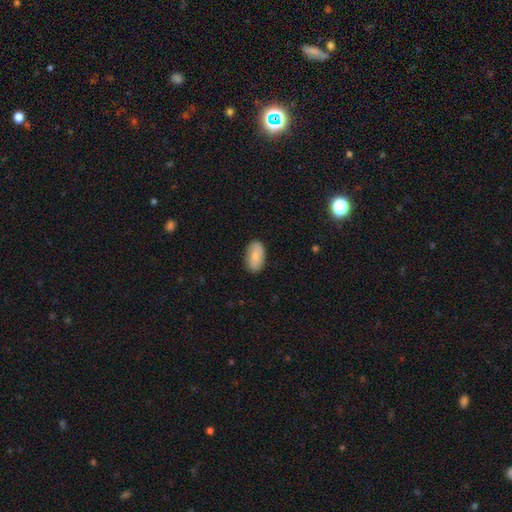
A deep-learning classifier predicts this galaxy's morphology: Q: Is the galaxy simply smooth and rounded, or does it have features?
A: smooth — 81%.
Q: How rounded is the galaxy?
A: in between — 94%.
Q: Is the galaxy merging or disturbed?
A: none — 86%.